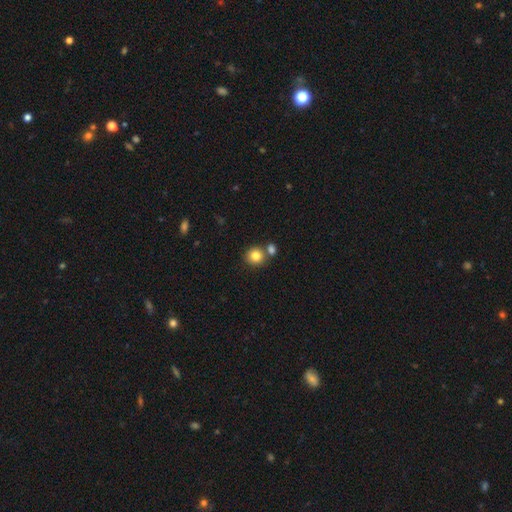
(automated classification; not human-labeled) A smooth galaxy with no disk features (83%) that is round (88%).

Vote fractions:
- Smooth or featured? smooth: 83% / star or artifact: 10% / featured or disk: 7%
- How rounded? round: 88% / in between: 12% / cigar-shaped: 1%
- Merging? none: 66% / merger: 23% / minor disturbance: 8% / major disturbance: 2%